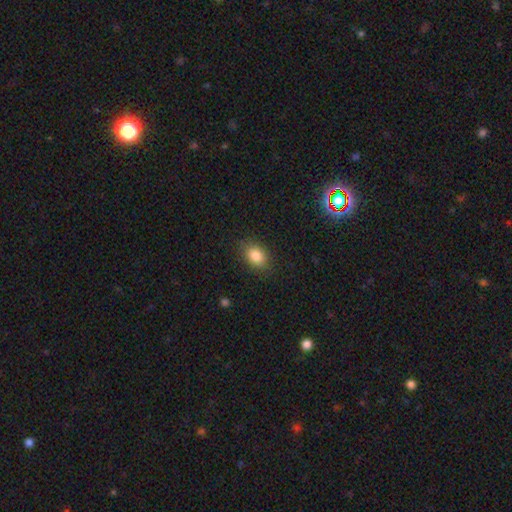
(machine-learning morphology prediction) Smooth or featured? smooth (85%)
How rounded? in between (75%)
Merging? none (85%)